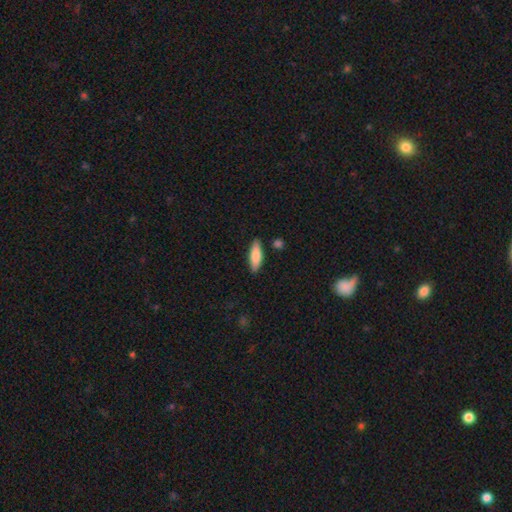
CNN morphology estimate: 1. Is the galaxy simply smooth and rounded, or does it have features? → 81% smooth, 13% featured or disk, 6% star or artifact.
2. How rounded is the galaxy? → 57% in between, 41% cigar-shaped, 2% round.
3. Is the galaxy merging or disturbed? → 84% none, 11% minor disturbance, 3% merger, 2% major disturbance.